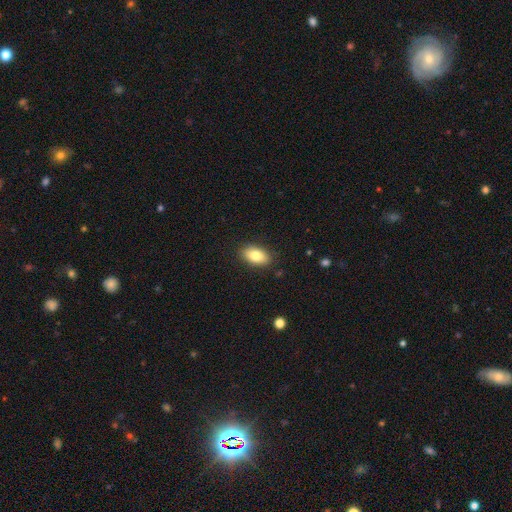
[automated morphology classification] A smooth galaxy with no disk features (81%) that is in between round and cigar-shaped (91%).

Vote fractions:
- Smooth or featured? smooth: 81% / featured or disk: 11% / star or artifact: 7%
- How rounded? in between: 91% / round: 6% / cigar-shaped: 3%
- Merging? none: 87% / minor disturbance: 10% / major disturbance: 2% / merger: 1%